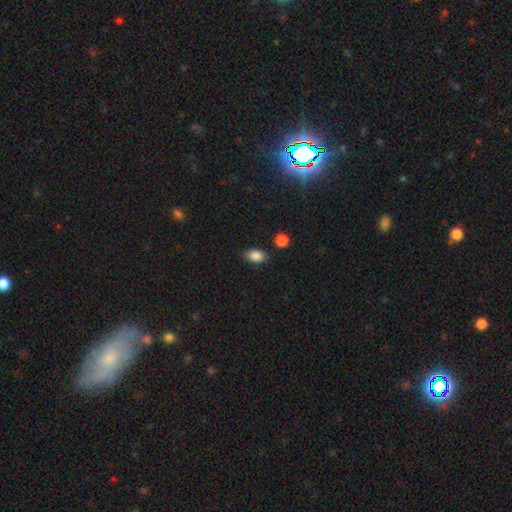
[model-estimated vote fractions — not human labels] This appears to be a smooth galaxy with no disk features (86%) that is in between round and cigar-shaped (86%). Merging: none (81%).